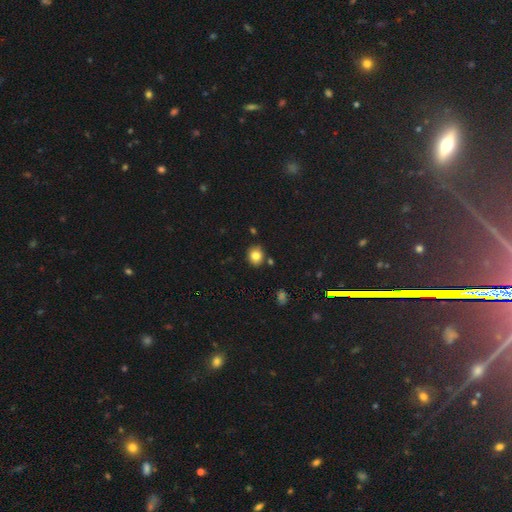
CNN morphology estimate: smooth 82%, star or artifact 11%, featured or disk 7%. Down the decision tree: how rounded — round (78%); merging — none (82%).